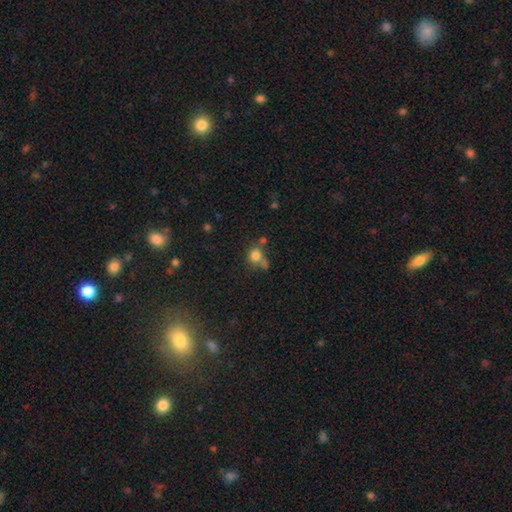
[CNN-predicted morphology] This is likely a smooth galaxy (77%). How rounded: clearly round (80%). Merging: possibly none (50%).